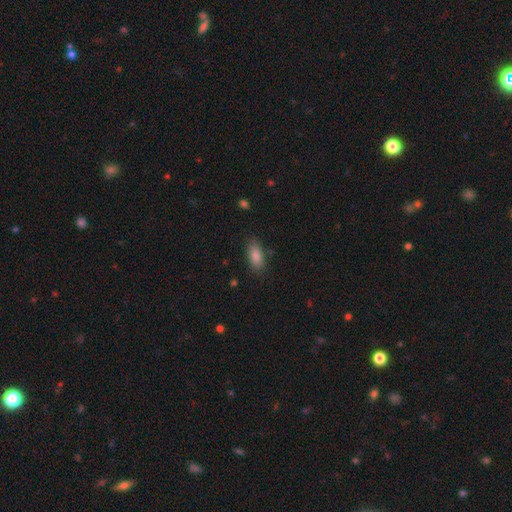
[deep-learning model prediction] smooth_or_featured: smooth (p=0.84) [alt: star or artifact p=0.08]
how_rounded: in between (p=0.79) [alt: cigar-shaped p=0.19]
merging: none (p=0.84) [alt: minor disturbance p=0.11]